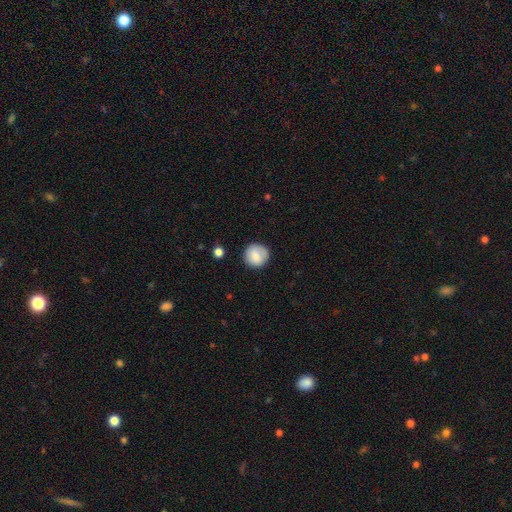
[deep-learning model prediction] A smooth galaxy with no disk features (83%) that is round (92%).

Vote fractions:
- Smooth or featured? smooth: 83% / featured or disk: 9% / star or artifact: 7%
- How rounded? round: 92% / in between: 7% / cigar-shaped: 1%
- Merging? none: 83% / minor disturbance: 12% / major disturbance: 3% / merger: 2%